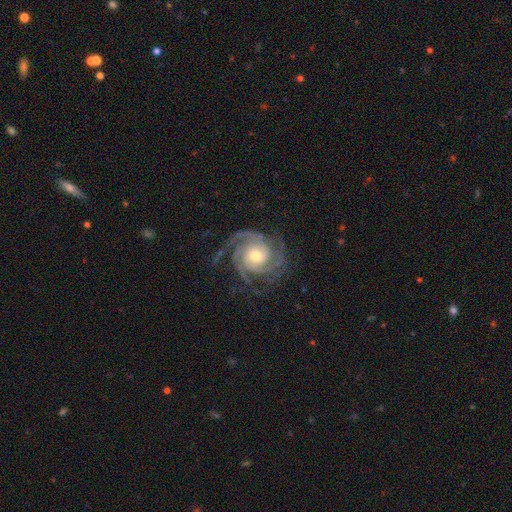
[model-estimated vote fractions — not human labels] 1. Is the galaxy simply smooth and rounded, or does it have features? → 93% featured or disk, 4% star or artifact, 3% smooth.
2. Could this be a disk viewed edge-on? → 98% no, 2% yes.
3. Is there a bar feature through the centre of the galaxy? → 70% no, 23% weak, 8% strong.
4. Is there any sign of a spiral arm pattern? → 99% yes, 1% no.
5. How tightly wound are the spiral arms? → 69% tight, 28% medium, 3% loose.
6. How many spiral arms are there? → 41% 3, 20% 4, 13% 2, 11% can't tell, 7% more than 4, 7% 1.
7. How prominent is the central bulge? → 60% moderate, 32% small, 6% large, 1% none, 1% dominant.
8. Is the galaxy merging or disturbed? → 76% none, 15% minor disturbance, 8% major disturbance, 1% merger.